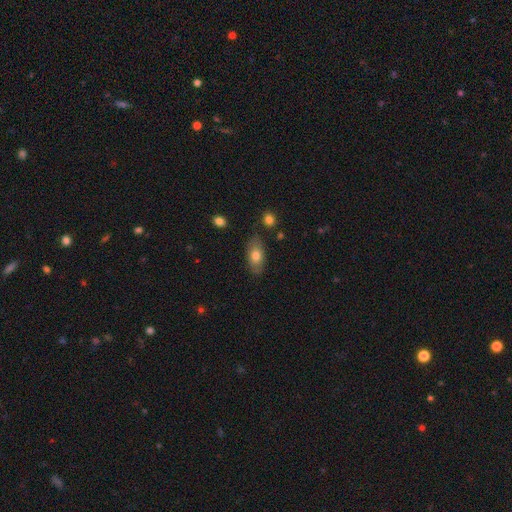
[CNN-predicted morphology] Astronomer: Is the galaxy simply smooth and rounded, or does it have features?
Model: smooth — 74%.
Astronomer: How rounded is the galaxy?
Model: in between — 89%.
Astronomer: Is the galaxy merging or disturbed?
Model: none — 81%.